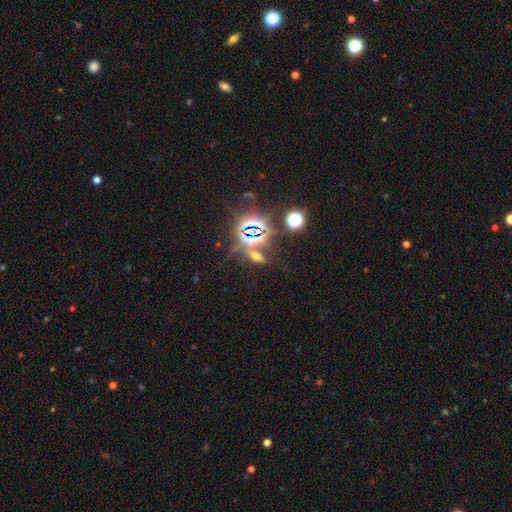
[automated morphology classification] Q: Smooth or featured?
A: star or artifact (51%); runner-up: smooth (34%)